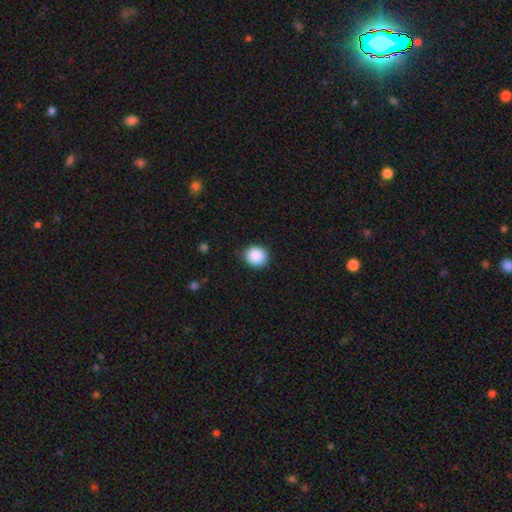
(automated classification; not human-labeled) Smooth or featured? Predicted: smooth (p=0.89). How rounded? Predicted: round (p=0.83). Merging? Predicted: none (p=0.85).